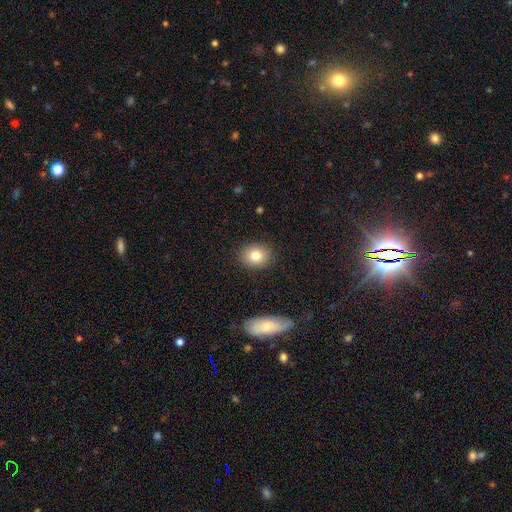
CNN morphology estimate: Smooth or featured? smooth (80%)
How rounded? round (61%)
Merging? none (88%)